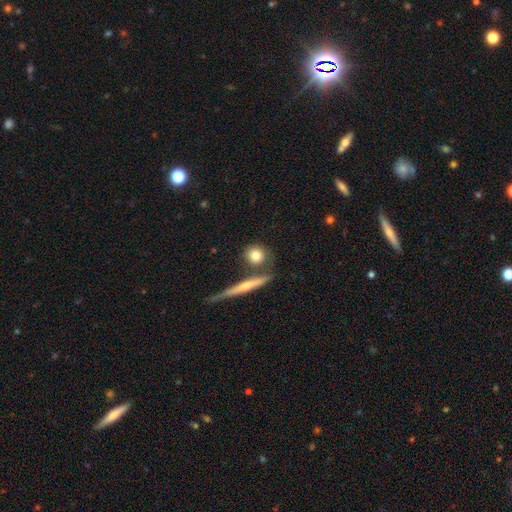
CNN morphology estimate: Smooth or featured?
  - smooth: 77% *
  - featured or disk: 15%
  - star or artifact: 8%
How rounded?
  - round: 81% *
  - in between: 11%
  - cigar-shaped: 8%
Merging?
  - none: 69% *
  - merger: 15%
  - minor disturbance: 12%
  - major disturbance: 4%